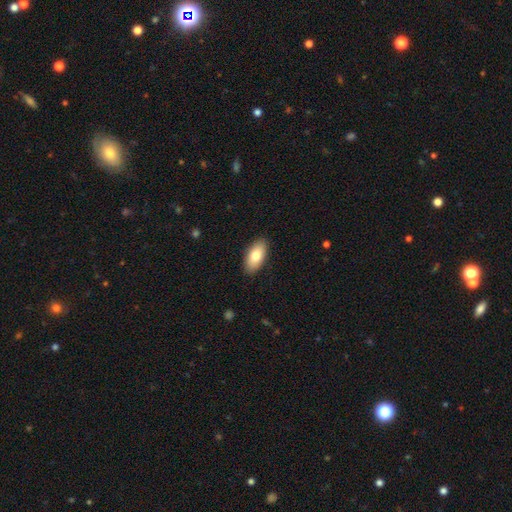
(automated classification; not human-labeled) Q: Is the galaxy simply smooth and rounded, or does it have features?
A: smooth — 80%.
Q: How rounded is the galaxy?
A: in between — 92%.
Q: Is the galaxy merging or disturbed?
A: none — 89%.